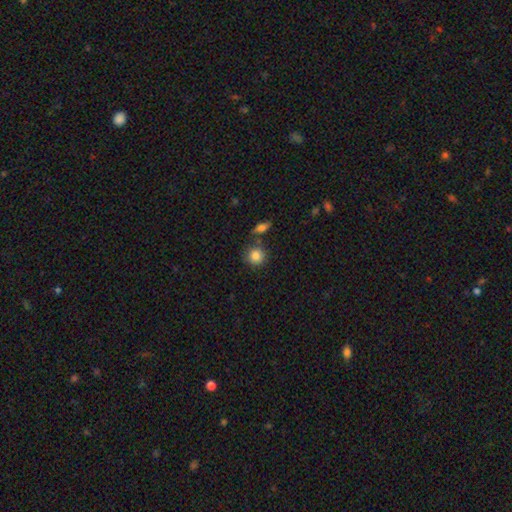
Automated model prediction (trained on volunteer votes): smooth 85%, star or artifact 9%, featured or disk 7%. Down the decision tree: how rounded — round (88%); merging — none (74%).